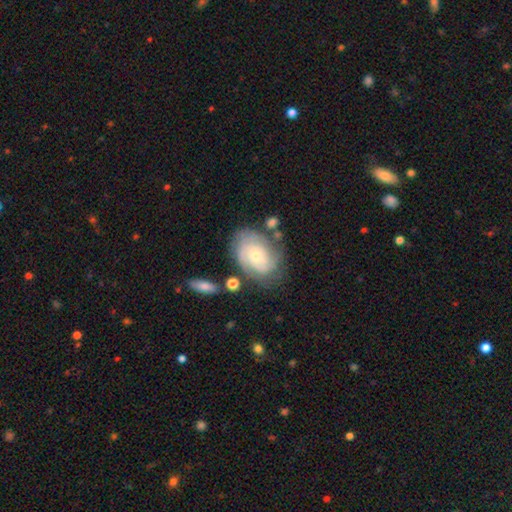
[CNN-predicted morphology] A featured or disk galaxy (70%) with no bar (74%), tight (67%) spiral arms (87%) and a small central bulge (56%). Merging: none (63%).